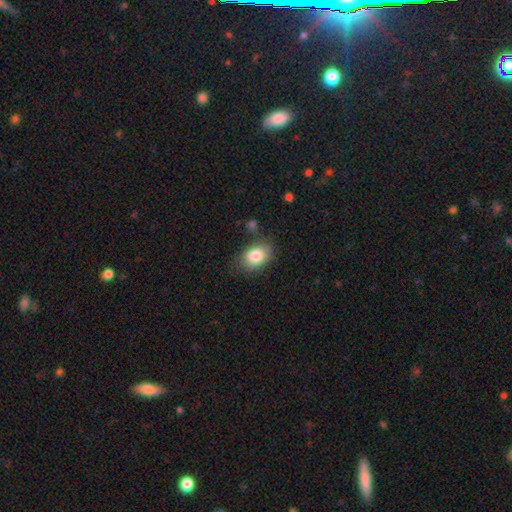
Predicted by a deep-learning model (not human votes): A smooth galaxy with no disk features (83%) that is in between round and cigar-shaped (77%). Merging: none (70%).